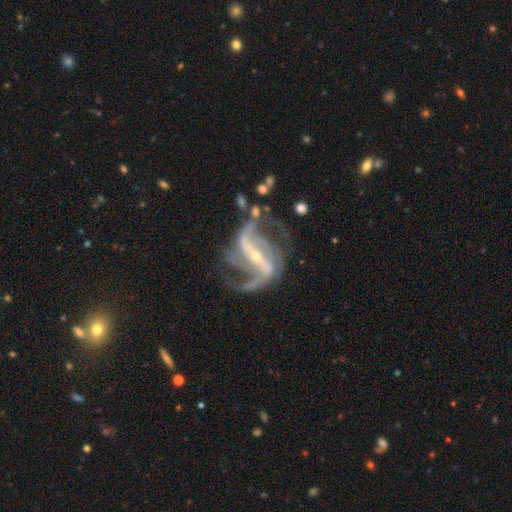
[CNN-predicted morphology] A featured or disk galaxy (92%) with a strong bar (76%), 2 (76%) medium (44%) spiral arms (97%) and a small central bulge (75%).

Vote fractions:
- Smooth or featured? featured or disk: 92% / star or artifact: 5% / smooth: 2%
- Edge-on disk? no: 96% / yes: 4%
- Bar? strong: 76% / weak: 17% / no: 7%
- Spiral arms? yes: 97% / no: 3%
- Spiral winding? medium: 44% / loose: 43% / tight: 13%
- Spiral arm count? 2: 76% / 3: 10% / can't tell: 5% / 4: 4% / 1: 3% / more than 4: 3%
- Bulge size? small: 75% / moderate: 21% / none: 1% / large: 1% / dominant: 1%
- Merging? none: 58% / major disturbance: 19% / minor disturbance: 19% / merger: 4%